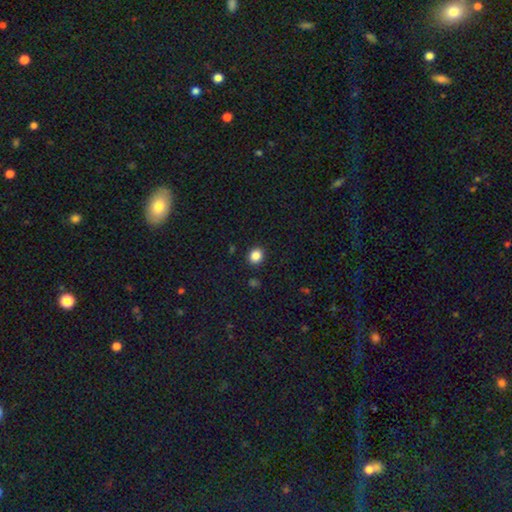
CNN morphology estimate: smooth-or-featured: smooth: 86% | star or artifact: 11% | featured or disk: 4%
  how-rounded: round: 63% | in between: 36% | cigar-shaped: 1%
  merging: none: 89% | minor disturbance: 7% | major disturbance: 2% | merger: 1%